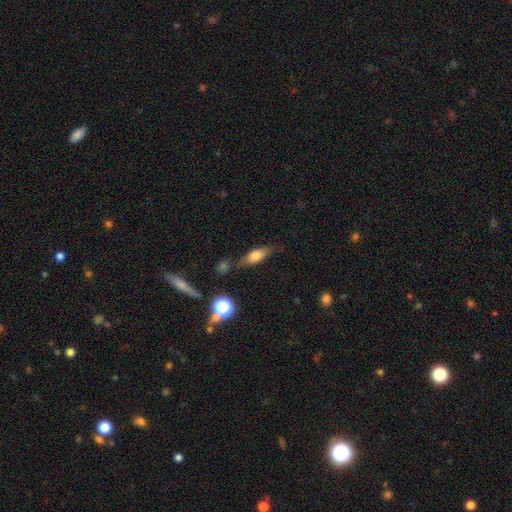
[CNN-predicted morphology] smooth 64%, featured or disk 27%, star or artifact 10%. Down the decision tree: how rounded — in between (64%); merging — none (62%).